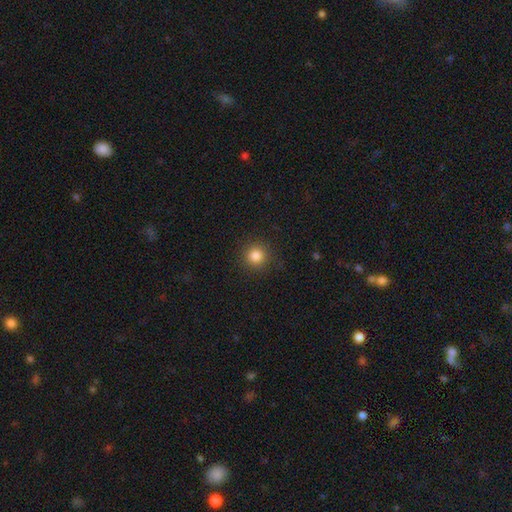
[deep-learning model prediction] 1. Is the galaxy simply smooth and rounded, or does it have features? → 83% smooth, 12% star or artifact, 5% featured or disk.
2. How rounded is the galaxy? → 94% round, 5% in between, 1% cigar-shaped.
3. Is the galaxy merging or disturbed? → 91% none, 6% minor disturbance, 2% major disturbance, 1% merger.